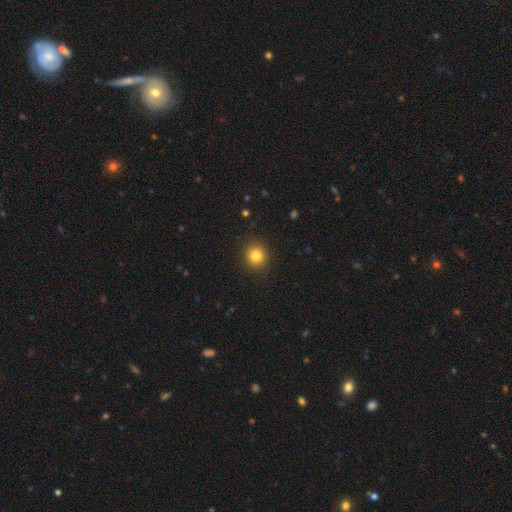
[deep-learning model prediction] The model was most divided on "smooth or featured": smooth: 83%, star or artifact: 11%, featured or disk: 5%. More confident: merging — none (90%); how rounded — round (89%).